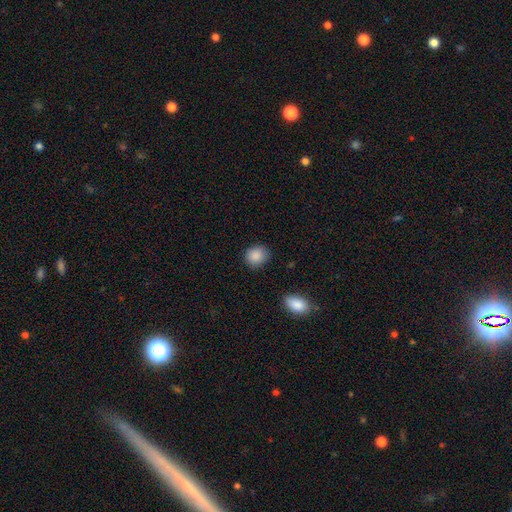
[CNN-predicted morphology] A smooth galaxy with no disk features (89%) that is round (75%). Merging: none (84%).